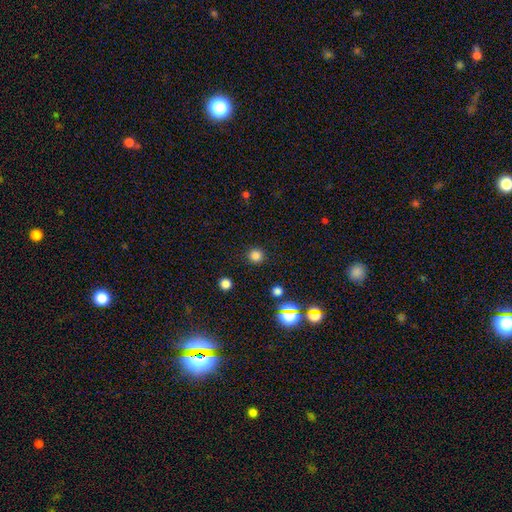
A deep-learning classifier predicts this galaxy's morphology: This appears to be a smooth galaxy with no disk features (79%) that is round (95%). Merging: none (91%).